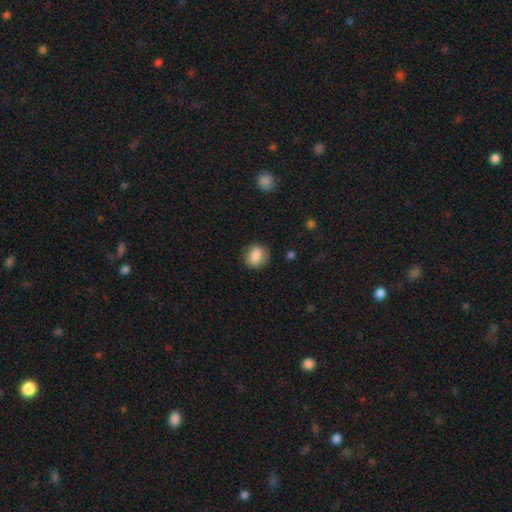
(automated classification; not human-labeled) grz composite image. It shows a smooth galaxy with no disk features (85%) that is round (63%). Merging: none (84%).